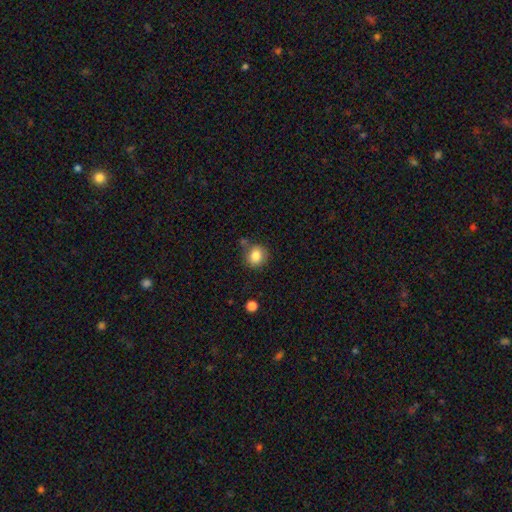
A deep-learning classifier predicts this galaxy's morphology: This is clearly a smooth galaxy (84%). How rounded: likely round (80%). Merging: likely none (73%).